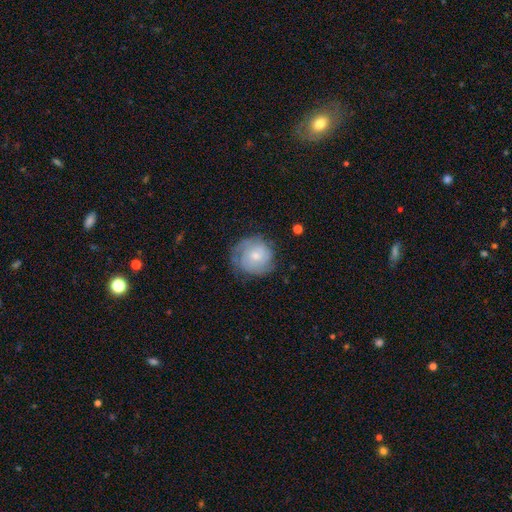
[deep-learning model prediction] This appears to be a featured or disk galaxy (60%) with no bar (74%), tight (67%) spiral arms (86%) and a small central bulge (54%). Merging: none (71%).